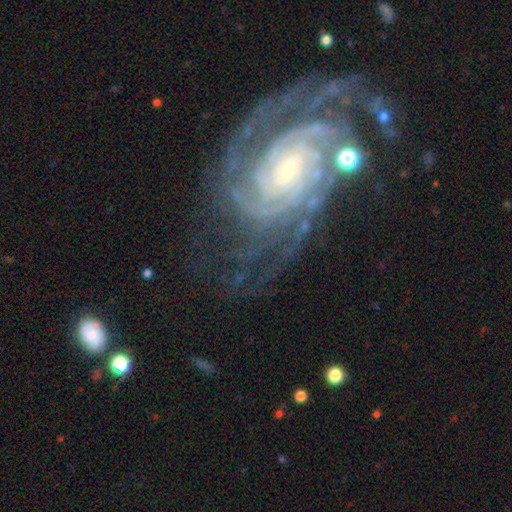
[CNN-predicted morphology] Smooth or featured: featured or disk — 90% (star or artifact — 6%)
Edge-on disk: no — 97% (yes — 3%)
Bar: no — 46% (weak — 37%)
Spiral arms: yes — 98% (no — 2%)
Spiral winding: tight — 72% (medium — 24%)
Spiral arm count: 2 — 26% (3 — 21%)
Bulge size: small — 67% (moderate — 23%)
Merging: none — 70% (minor disturbance — 17%)